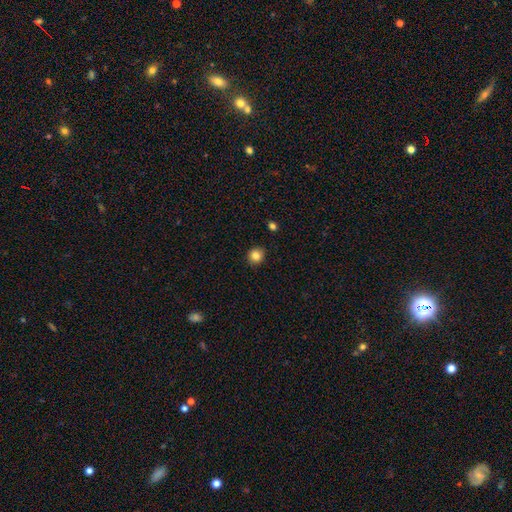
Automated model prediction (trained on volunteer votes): The model was most divided on "how rounded": round: 86%, in between: 13%, cigar-shaped: 1%. More confident: merging — none (91%); smooth or featured — smooth (84%).